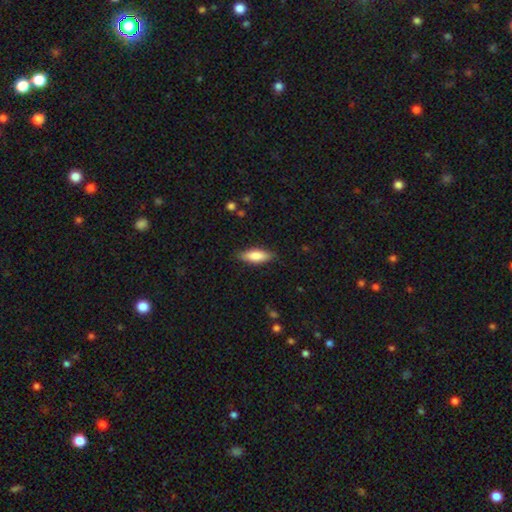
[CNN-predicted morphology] Smooth or featured?
  - smooth: 78% *
  - featured or disk: 17%
  - star or artifact: 6%
How rounded?
  - in between: 64% *
  - cigar-shaped: 34%
  - round: 2%
Merging?
  - none: 84% *
  - minor disturbance: 12%
  - major disturbance: 2%
  - merger: 1%